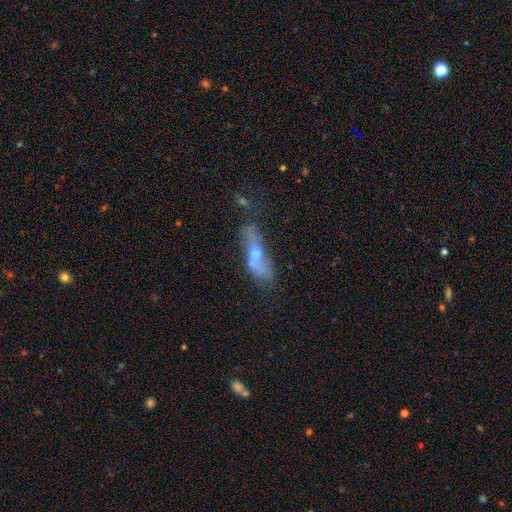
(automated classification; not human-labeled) Smooth or featured?
  - featured or disk: 61% *
  - smooth: 30%
  - star or artifact: 9%
Edge-on disk?
  - no: 75% *
  - yes: 25%
Merging?
  - none: 37% *
  - merger: 25%
  - minor disturbance: 21%
  - major disturbance: 17%